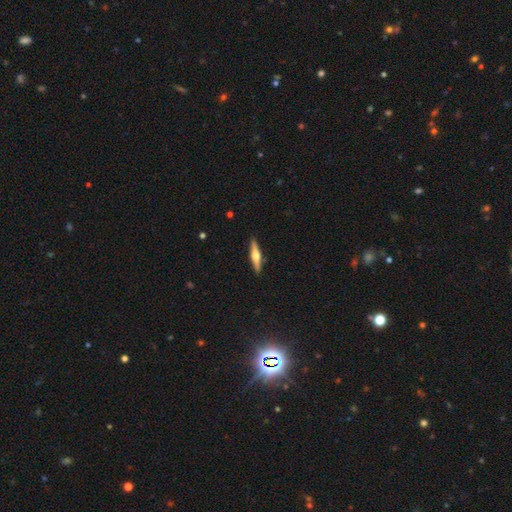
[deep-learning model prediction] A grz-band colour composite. It shows a featured or disk galaxy (62%) viewed edge-on (97%) with a rounded central bulge (93%). Merging: none (90%).